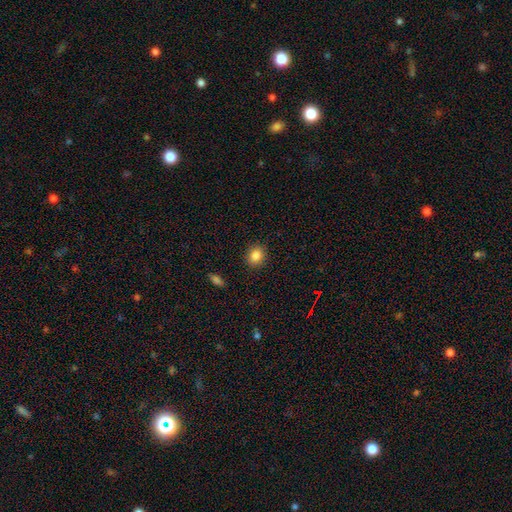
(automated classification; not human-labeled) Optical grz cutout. It shows a smooth galaxy with no disk features (85%) that is round (66%). Merging: none (90%).